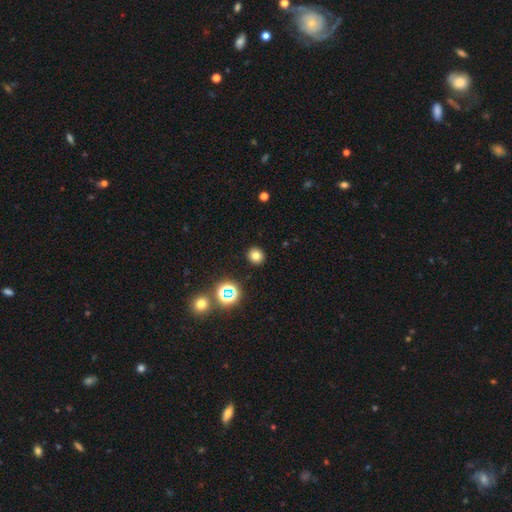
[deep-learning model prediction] A smooth galaxy with no disk features (75%) that is round (85%). Merging: none (91%).